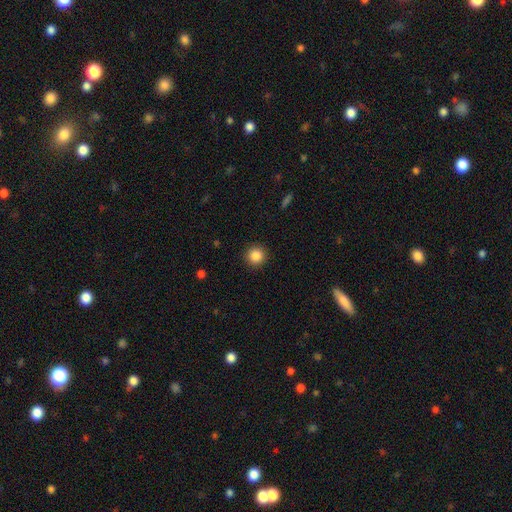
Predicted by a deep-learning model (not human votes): Q: Smooth or featured?
A: smooth (86%); runner-up: star or artifact (10%)
Q: How rounded?
A: round (94%); runner-up: in between (5%)
Q: Merging?
A: none (92%); runner-up: minor disturbance (5%)